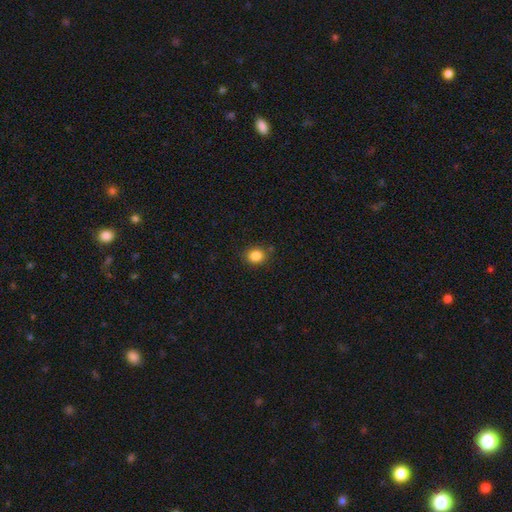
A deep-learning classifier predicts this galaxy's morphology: Q: Smooth or featured?
A: smooth (85%); runner-up: star or artifact (11%)
Q: How rounded?
A: round (63%); runner-up: in between (36%)
Q: Merging?
A: none (83%); runner-up: minor disturbance (12%)